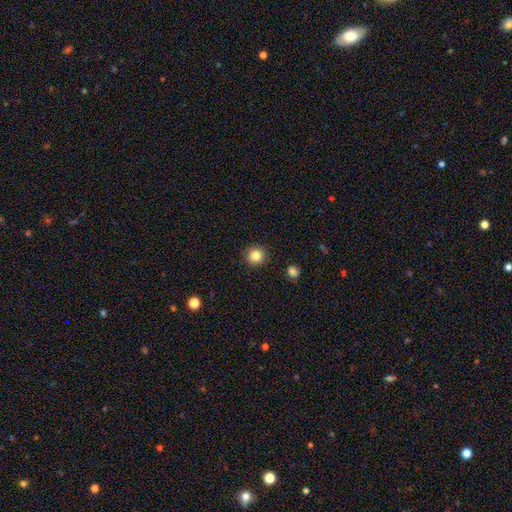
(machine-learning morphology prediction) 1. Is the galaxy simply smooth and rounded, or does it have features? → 84% smooth, 11% star or artifact, 5% featured or disk.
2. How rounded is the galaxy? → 94% round, 5% in between, 1% cigar-shaped.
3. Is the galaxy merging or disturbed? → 92% none, 5% minor disturbance, 2% major disturbance, 1% merger.